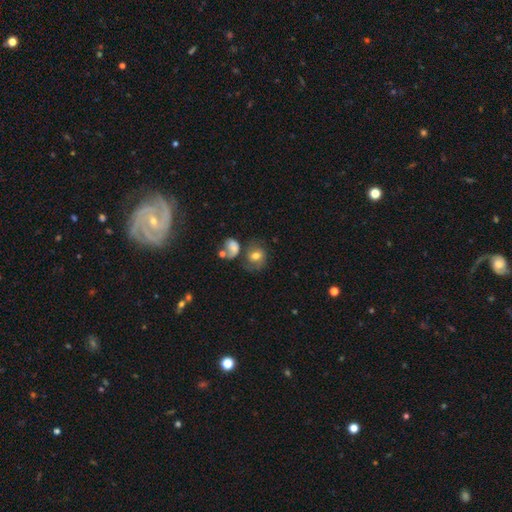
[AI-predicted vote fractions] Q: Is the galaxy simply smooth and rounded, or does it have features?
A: smooth — 58%.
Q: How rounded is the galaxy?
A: round — 56%.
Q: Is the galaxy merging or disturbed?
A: none — 40%.